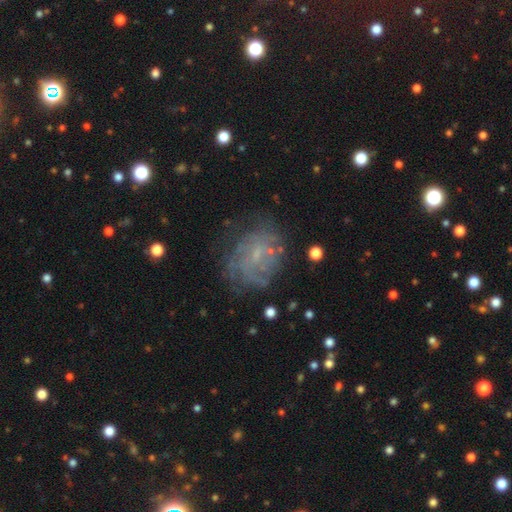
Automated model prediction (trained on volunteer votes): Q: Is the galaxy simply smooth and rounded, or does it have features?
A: featured or disk — 59%.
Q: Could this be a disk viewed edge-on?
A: no — 97%.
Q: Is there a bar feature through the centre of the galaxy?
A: no — 60%.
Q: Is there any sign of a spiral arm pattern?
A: yes — 66%.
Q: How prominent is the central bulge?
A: small — 63%.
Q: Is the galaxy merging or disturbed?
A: none — 64%.